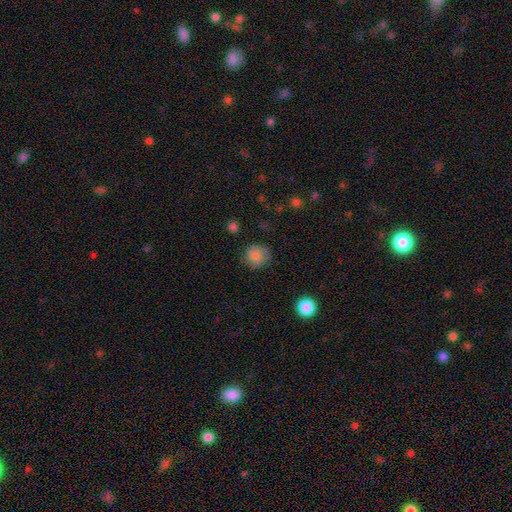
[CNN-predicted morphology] Smooth or featured? smooth (82%)
How rounded? round (86%)
Merging? none (79%)